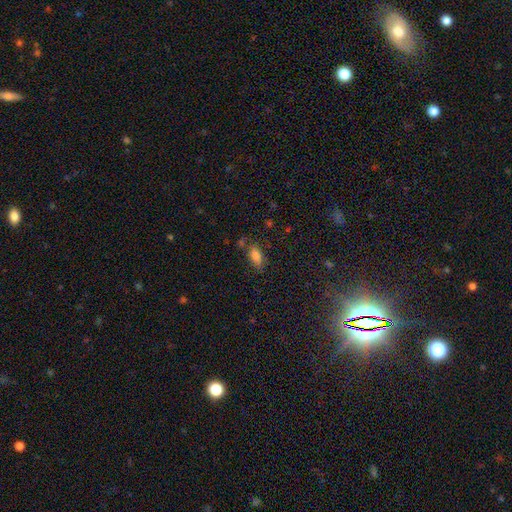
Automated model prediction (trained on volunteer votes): Smooth or featured: smooth — 81% (star or artifact — 12%)
How rounded: in between — 86% (cigar-shaped — 10%)
Merging: none — 66% (minor disturbance — 19%)